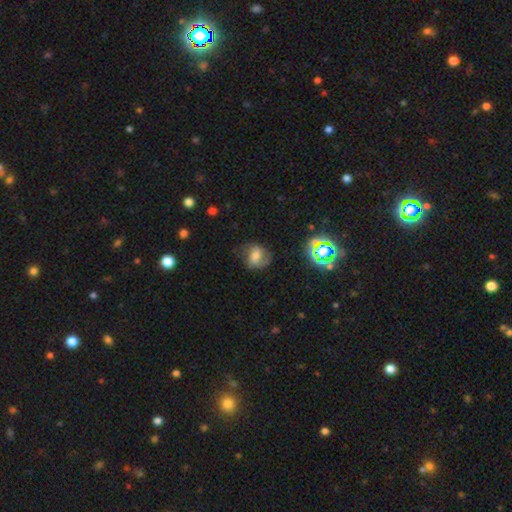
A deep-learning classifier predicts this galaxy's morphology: Smooth or featured? Predicted: smooth (p=0.45). Merging? Predicted: none (p=0.60).